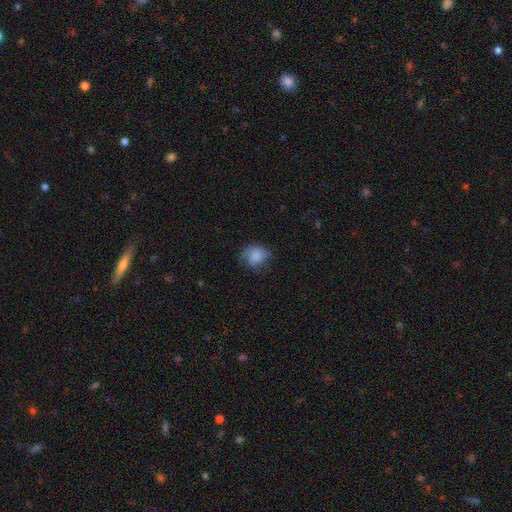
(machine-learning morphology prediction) smooth-or-featured: smooth: 72% | featured or disk: 20% | star or artifact: 9%
  how-rounded: round: 55% | in between: 44% | cigar-shaped: 1%
  merging: none: 49% | minor disturbance: 31% | major disturbance: 19% | merger: 1%